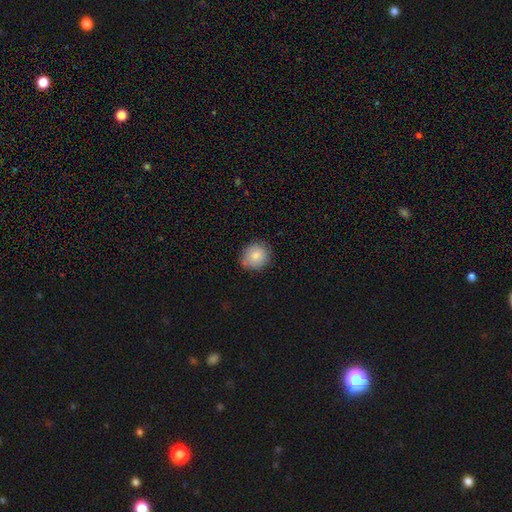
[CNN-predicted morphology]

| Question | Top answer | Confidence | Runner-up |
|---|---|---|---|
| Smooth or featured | smooth | 82% | featured or disk (10%) |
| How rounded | round | 84% | in between (15%) |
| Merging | none | 79% | minor disturbance (17%) |